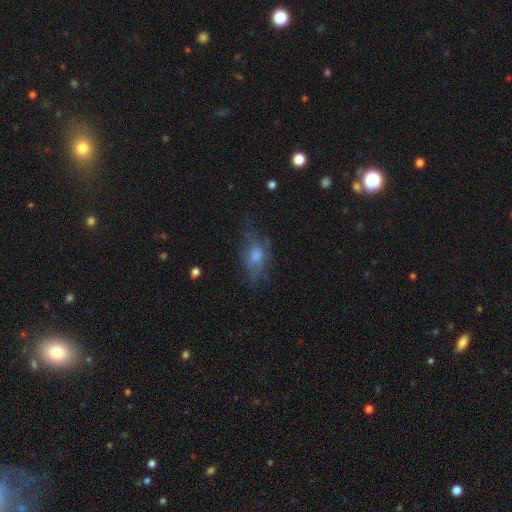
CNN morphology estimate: This is possibly a smooth galaxy (46%). Merging: possibly none (55%).